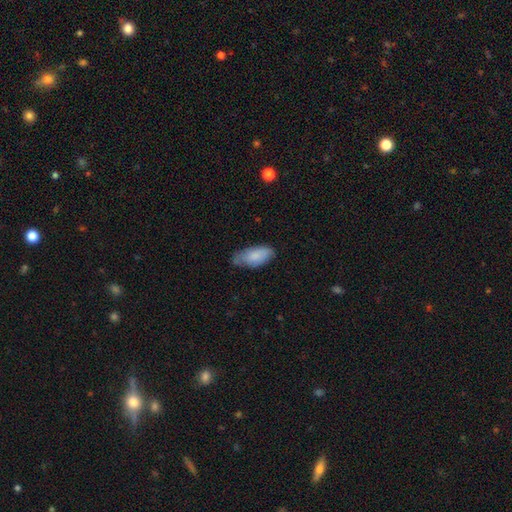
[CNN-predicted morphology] smooth_or_featured: smooth (p=0.82) [alt: featured or disk p=0.12]
how_rounded: in between (p=0.90) [alt: cigar-shaped p=0.09]
merging: none (p=0.59) [alt: minor disturbance p=0.33]